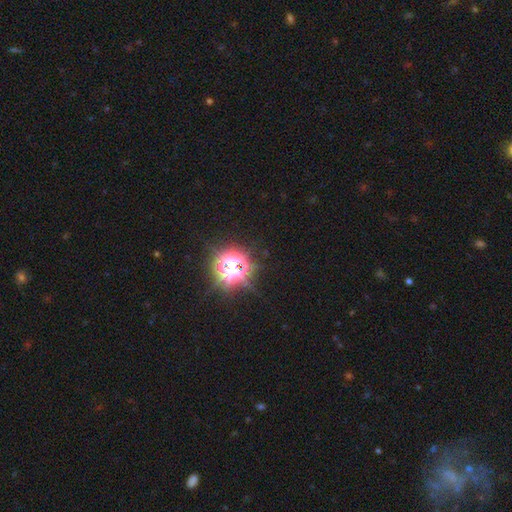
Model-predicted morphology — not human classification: The model was most divided on "smooth or featured": star or artifact: 81%, smooth: 14%, featured or disk: 5%.